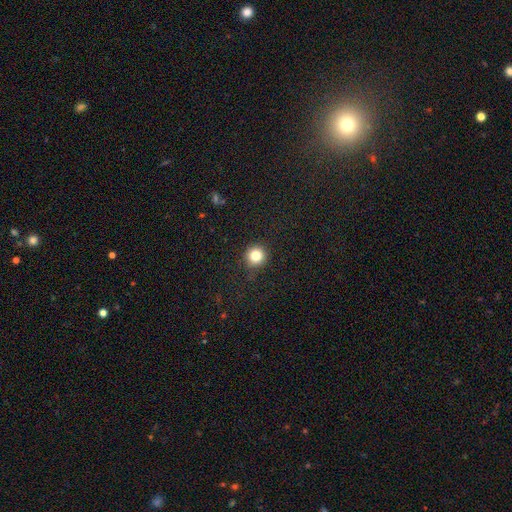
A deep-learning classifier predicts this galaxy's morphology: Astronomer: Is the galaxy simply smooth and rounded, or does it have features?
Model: smooth — 83%.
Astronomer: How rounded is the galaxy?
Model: round — 94%.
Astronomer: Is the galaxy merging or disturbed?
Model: none — 89%.